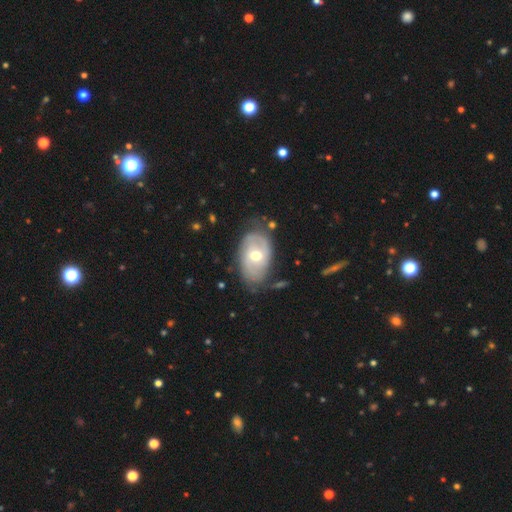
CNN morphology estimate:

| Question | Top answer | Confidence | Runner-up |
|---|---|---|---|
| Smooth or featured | featured or disk | 70% | smooth (25%) |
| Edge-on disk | no | 94% | yes (6%) |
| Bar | no | 66% | weak (27%) |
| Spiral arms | yes | 76% | no (24%) |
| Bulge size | moderate | 74% | small (19%) |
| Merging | none | 67% | minor disturbance (23%) |